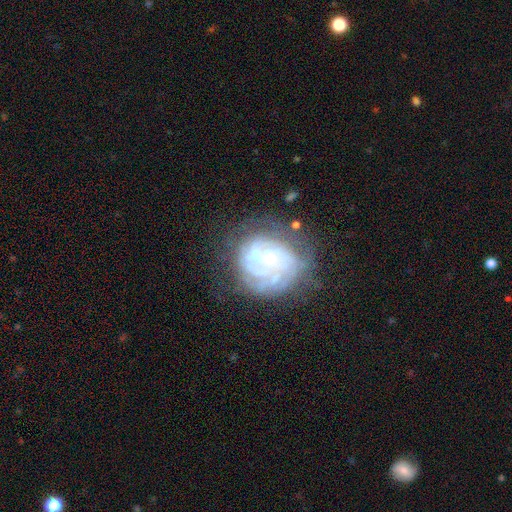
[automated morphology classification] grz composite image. It shows a featured or disk galaxy (78%) with no bar (75%), tight (63%) spiral arms (80%) and a small central bulge (56%). Merging: none (49%).